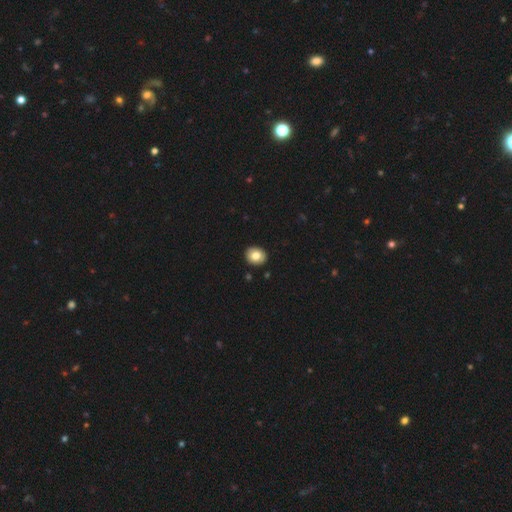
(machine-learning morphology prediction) A smooth galaxy with no disk features (81%) that is round (61%). Merging: none (92%).